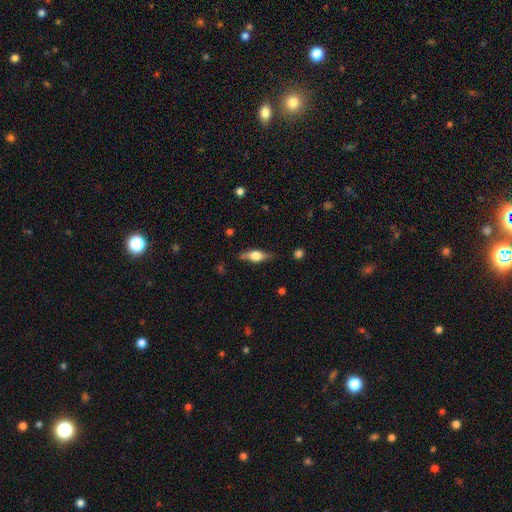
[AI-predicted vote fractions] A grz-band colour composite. It shows a featured or disk galaxy (55%) viewed edge-on (93%) with a rounded central bulge (88%). Merging: none (80%).